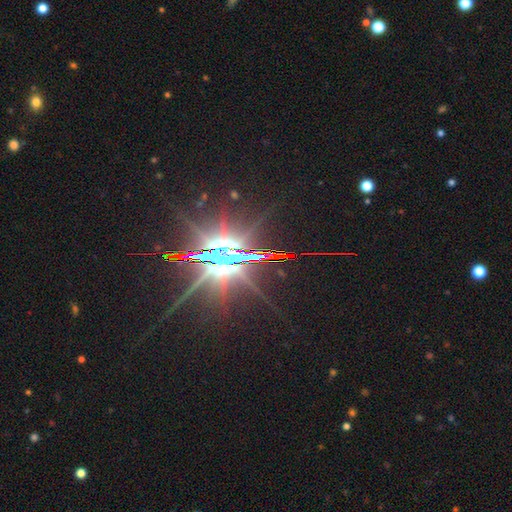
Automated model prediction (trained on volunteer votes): Overall: star or artifact (80%).